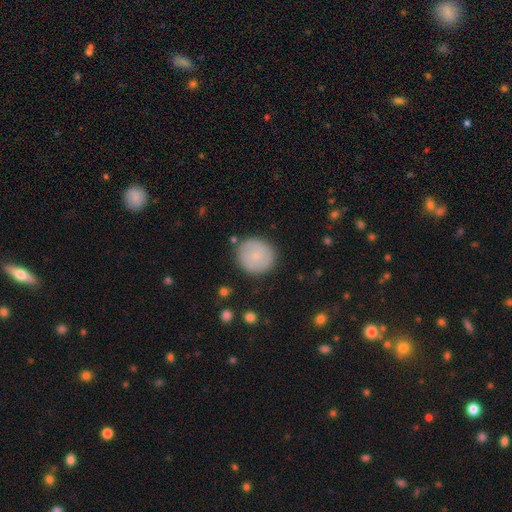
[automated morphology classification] type=smooth (67%); roundness=round (89%); merging=none (84%).